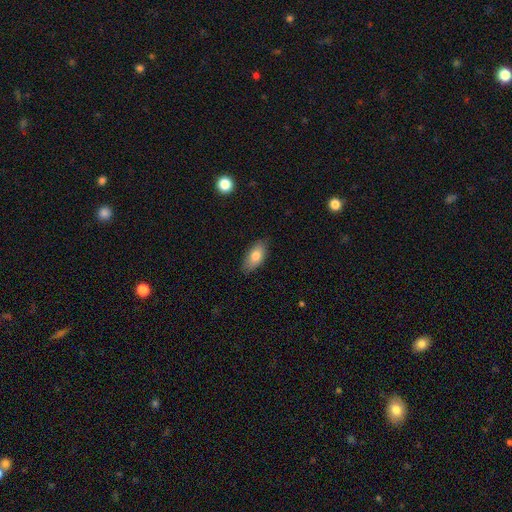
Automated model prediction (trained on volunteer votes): The model was most divided on "smooth or featured": smooth: 79%, featured or disk: 14%, star or artifact: 7%. More confident: how rounded — in between (90%); merging — none (83%).